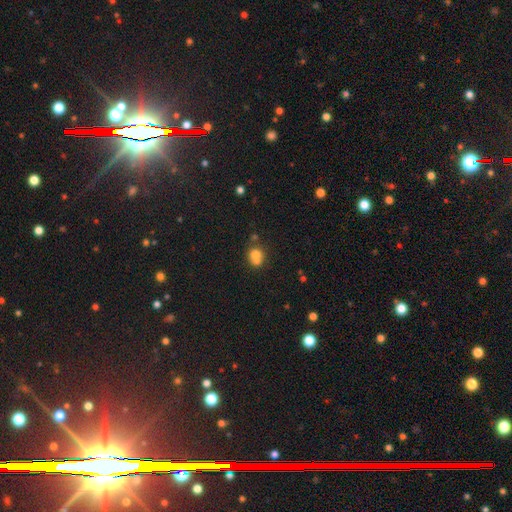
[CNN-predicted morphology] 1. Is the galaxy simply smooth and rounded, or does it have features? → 71% smooth, 16% featured or disk, 13% star or artifact.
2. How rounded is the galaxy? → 69% round, 30% in between, 1% cigar-shaped.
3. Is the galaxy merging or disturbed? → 50% merger, 34% none, 11% minor disturbance, 5% major disturbance.